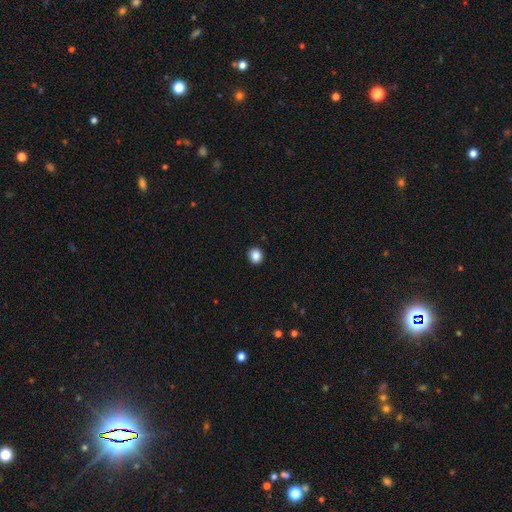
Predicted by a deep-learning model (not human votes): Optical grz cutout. It shows a smooth galaxy with no disk features (87%) that is round (78%). Merging: none (92%).